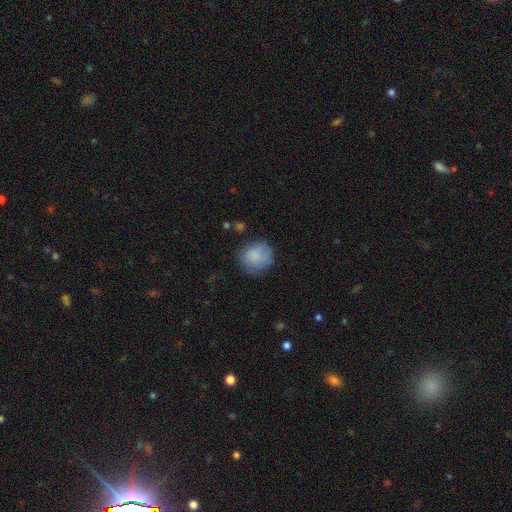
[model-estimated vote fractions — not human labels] This is likely a smooth galaxy (79%). How rounded: clearly round (82%). Merging: likely none (69%).